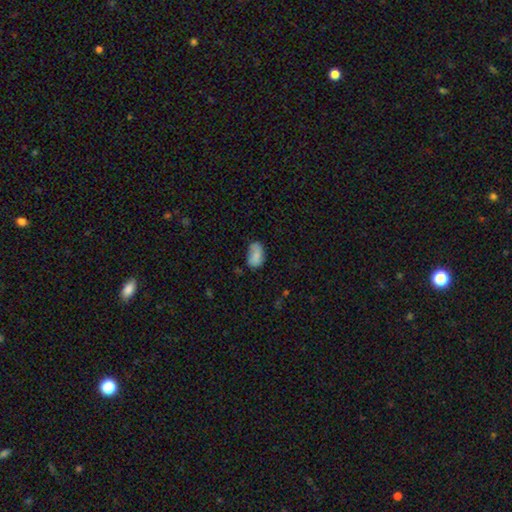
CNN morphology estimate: Smooth or featured? Predicted: smooth (p=0.80). How rounded? Predicted: in between (p=0.91). Merging? Predicted: none (p=0.54).